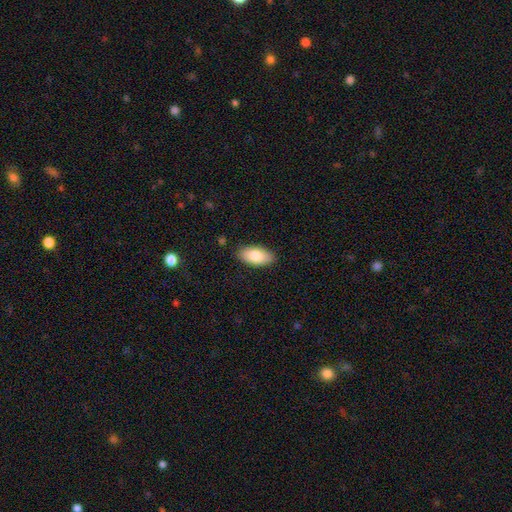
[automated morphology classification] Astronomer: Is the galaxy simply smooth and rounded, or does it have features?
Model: smooth — 82%.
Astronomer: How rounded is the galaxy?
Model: in between — 93%.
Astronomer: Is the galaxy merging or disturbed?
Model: none — 87%.